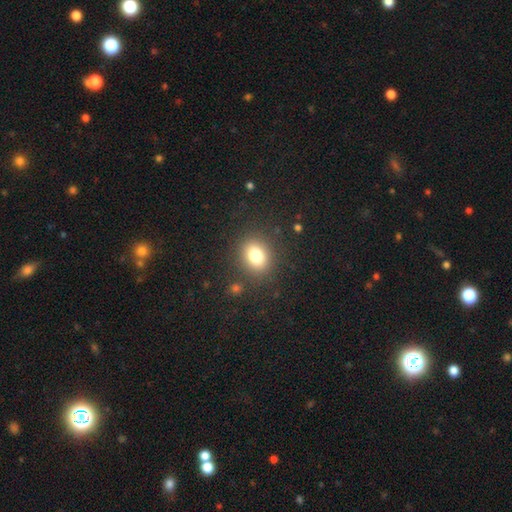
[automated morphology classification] This appears to be a smooth galaxy with no disk features (79%) that is round (55%). Merging: none (85%).